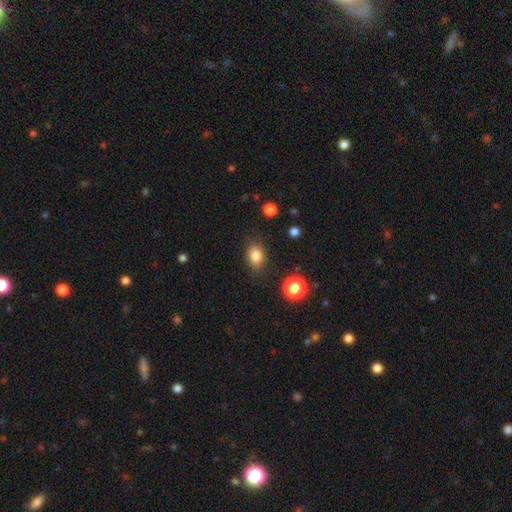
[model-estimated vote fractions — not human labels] smooth 83%, star or artifact 11%, featured or disk 6%. Down the decision tree: how rounded — in between (69%); merging — none (81%).